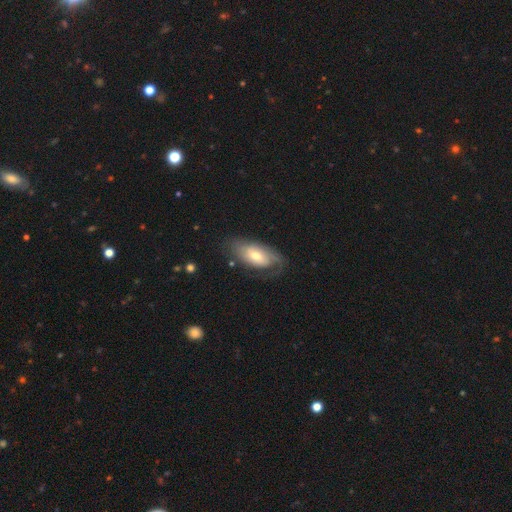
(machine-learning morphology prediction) featured or disk 59%, smooth 35%, star or artifact 6%. Down the decision tree: edge-on disk — no (90%); bar — no (63%); spiral arms — yes (78%); bulge size — moderate (64%); merging — none (58%).